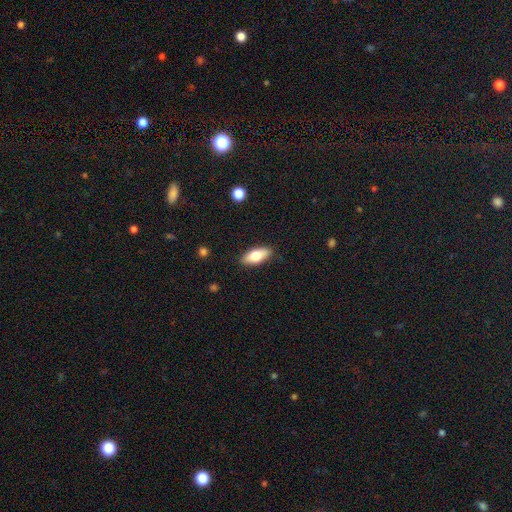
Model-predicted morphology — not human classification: Smooth or featured: smooth — 74% (featured or disk — 19%)
How rounded: in between — 83% (cigar-shaped — 15%)
Merging: none — 87% (minor disturbance — 10%)